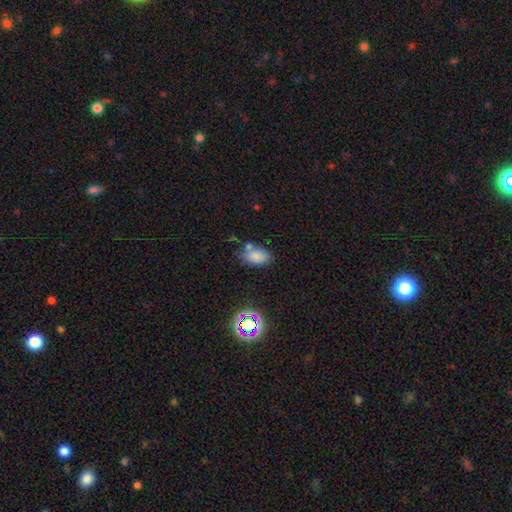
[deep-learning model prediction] Morphology: type=smooth (79%); roundness=in between (90%); merging=none (62%).